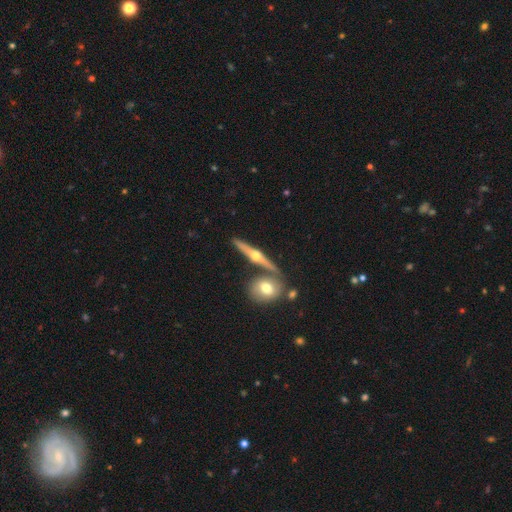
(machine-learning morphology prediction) A featured or disk galaxy (75%) viewed edge-on (95%) with a rounded central bulge (95%). Merging: none (77%).